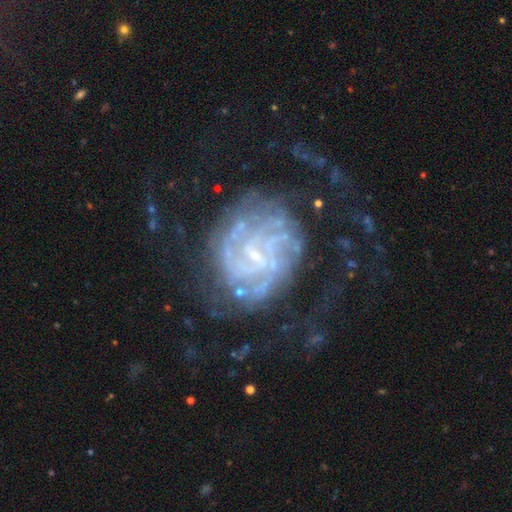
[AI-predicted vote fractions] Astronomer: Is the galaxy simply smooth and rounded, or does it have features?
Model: featured or disk — 84%.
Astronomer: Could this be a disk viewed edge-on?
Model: no — 98%.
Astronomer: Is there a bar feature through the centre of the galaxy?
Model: weak — 49% (runner-up: no, 37%).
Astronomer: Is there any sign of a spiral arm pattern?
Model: yes — 92%.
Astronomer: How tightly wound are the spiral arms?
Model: tight — 53% (runner-up: medium, 34%).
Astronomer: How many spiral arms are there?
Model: can't tell — 40% (runner-up: 2, 19%).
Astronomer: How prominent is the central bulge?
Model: small — 70%.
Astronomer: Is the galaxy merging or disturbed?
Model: none — 55%.